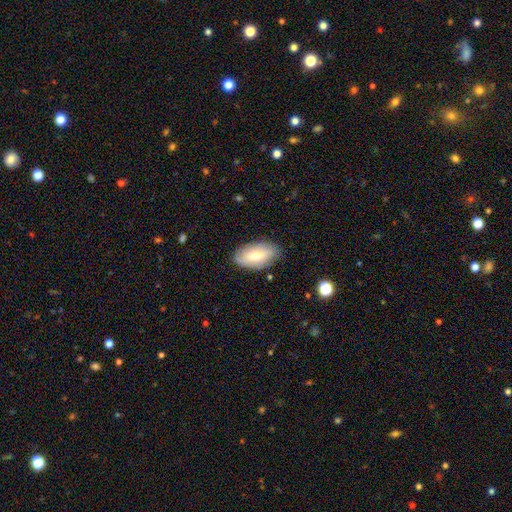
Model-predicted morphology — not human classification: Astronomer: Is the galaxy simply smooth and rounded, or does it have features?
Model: smooth — 63%.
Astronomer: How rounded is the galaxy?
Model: in between — 91%.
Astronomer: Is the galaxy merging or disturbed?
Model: none — 81%.